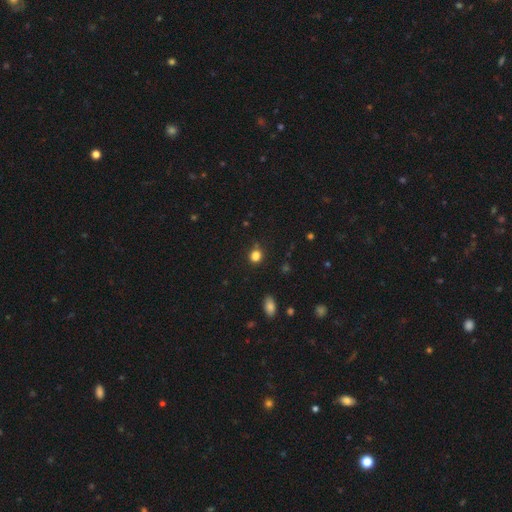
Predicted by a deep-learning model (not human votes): A smooth galaxy with no disk features (82%) that is round (74%).

Vote fractions:
- Smooth or featured? smooth: 82% / star or artifact: 14% / featured or disk: 4%
- How rounded? round: 74% / in between: 25% / cigar-shaped: 1%
- Merging? none: 76% / minor disturbance: 16% / major disturbance: 4% / merger: 4%